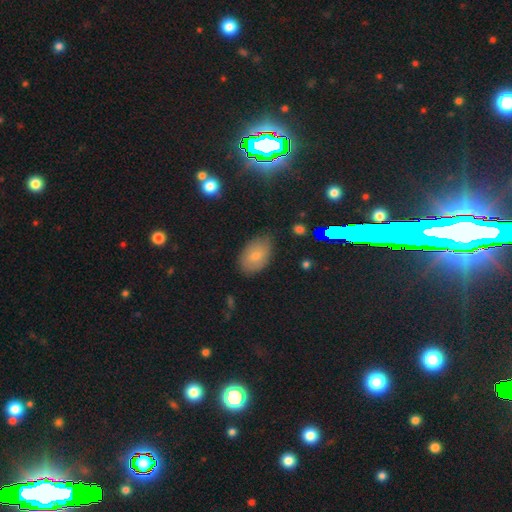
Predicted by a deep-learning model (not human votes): smooth 72%, featured or disk 16%, star or artifact 11%. Down the decision tree: how rounded — in between (88%); merging — none (74%).